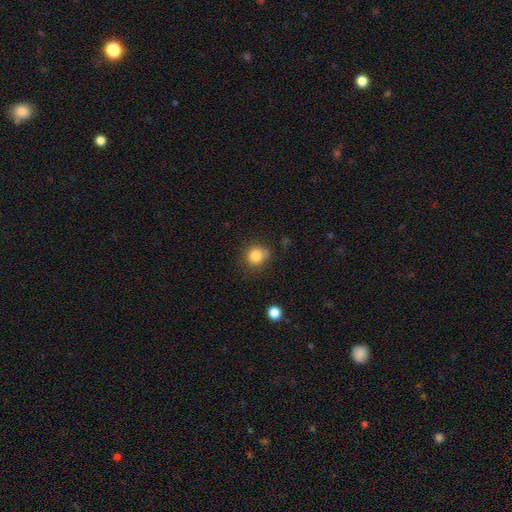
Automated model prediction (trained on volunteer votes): A smooth galaxy with no disk features (83%) that is round (79%).

Vote fractions:
- Smooth or featured? smooth: 83% / star or artifact: 11% / featured or disk: 6%
- How rounded? round: 79% / in between: 20% / cigar-shaped: 1%
- Merging? none: 67% / minor disturbance: 23% / major disturbance: 6% / merger: 3%